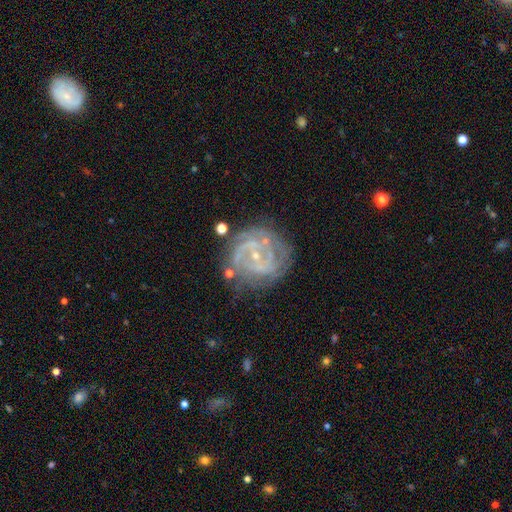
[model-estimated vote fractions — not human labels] smooth_or_featured: featured or disk (p=0.82) [alt: smooth p=0.09]
disk_edge_on: no (p=0.98) [alt: yes p=0.02]
bar: no (p=0.50) [alt: weak p=0.37]
has_spiral_arms: yes (p=0.90) [alt: no p=0.10]
spiral_winding: tight (p=0.57) [alt: medium p=0.34]
spiral_arm_count: 2 (p=0.38) [alt: can't tell p=0.27]
bulge_size: small (p=0.81) [alt: moderate p=0.12]
merging: none (p=0.67) [alt: minor disturbance p=0.19]